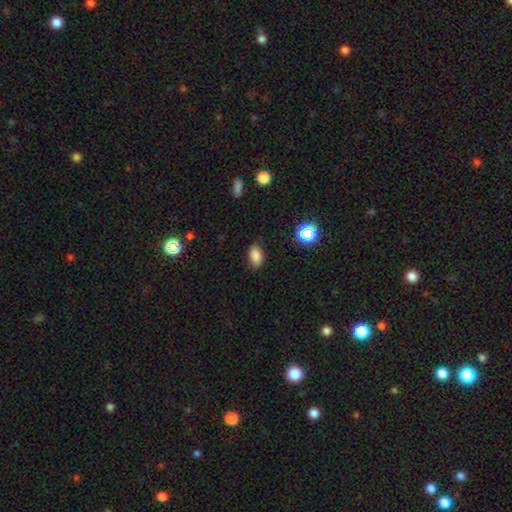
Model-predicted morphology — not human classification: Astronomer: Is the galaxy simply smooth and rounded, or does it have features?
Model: smooth — 83%.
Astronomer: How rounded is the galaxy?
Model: in between — 90%.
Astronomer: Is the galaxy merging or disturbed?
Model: none — 79%.